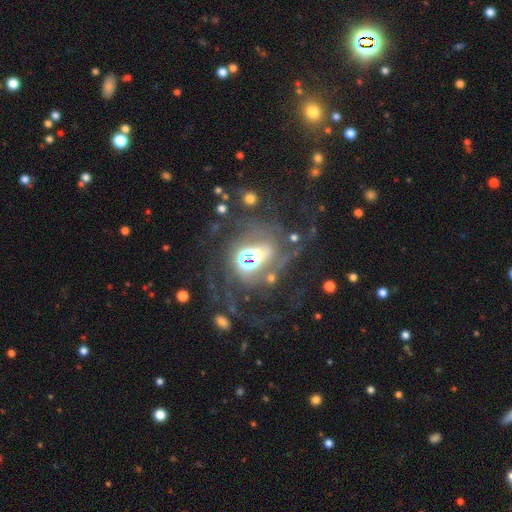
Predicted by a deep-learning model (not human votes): Smooth or featured? Predicted: featured or disk (p=0.65). Edge-on disk? Predicted: no (p=0.96). Bar? Predicted: no (p=0.55). Spiral arms? Predicted: yes (p=0.71). Bulge size? Predicted: large (p=0.37). Merging? Predicted: none (p=0.44).